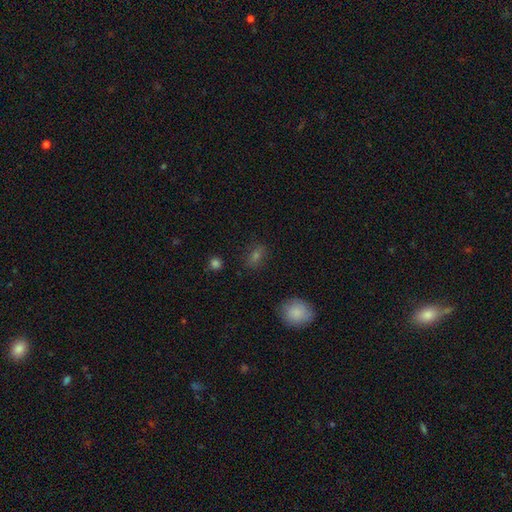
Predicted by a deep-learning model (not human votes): This is likely a smooth galaxy (64%). How rounded: likely in between (65%). Merging: clearly none (84%).